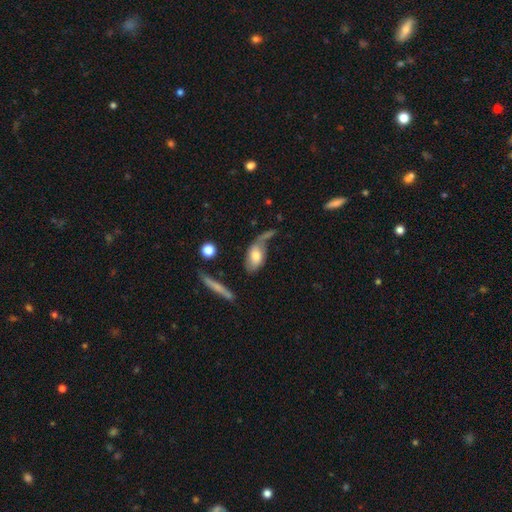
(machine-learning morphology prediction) This is possibly a smooth galaxy (59%). How rounded: clearly in between (89%). Merging: marginally none (29%, tied with major disturbance).